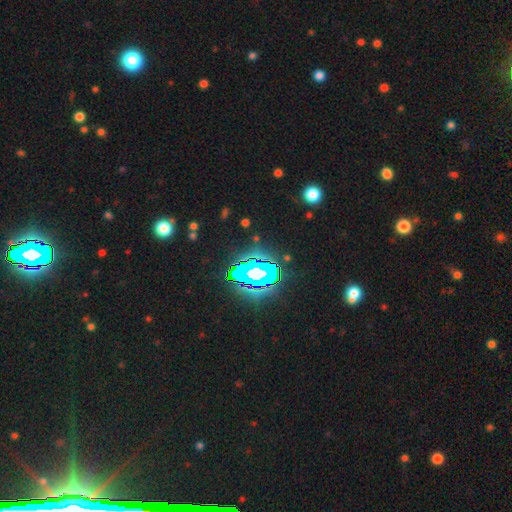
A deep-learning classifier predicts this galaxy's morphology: Smooth or featured? Predicted: star or artifact (p=0.83).